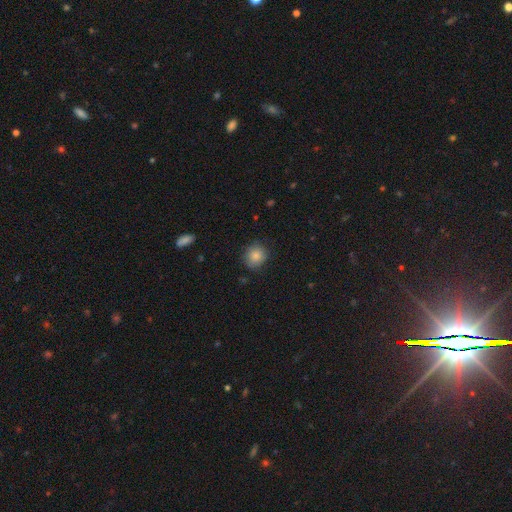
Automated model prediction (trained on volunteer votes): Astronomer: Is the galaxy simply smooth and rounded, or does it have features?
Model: smooth — 85%.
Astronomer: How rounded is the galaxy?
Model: round — 82%.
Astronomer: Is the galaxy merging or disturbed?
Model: none — 82%.